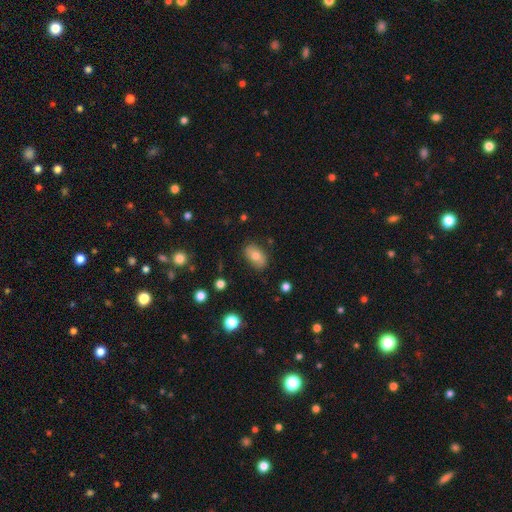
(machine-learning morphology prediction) A smooth galaxy with no disk features (71%) that is in between round and cigar-shaped (89%).

Vote fractions:
- Smooth or featured? smooth: 71% / featured or disk: 20% / star or artifact: 9%
- How rounded? in between: 89% / round: 9% / cigar-shaped: 2%
- Merging? none: 80% / minor disturbance: 15% / major disturbance: 3% / merger: 1%